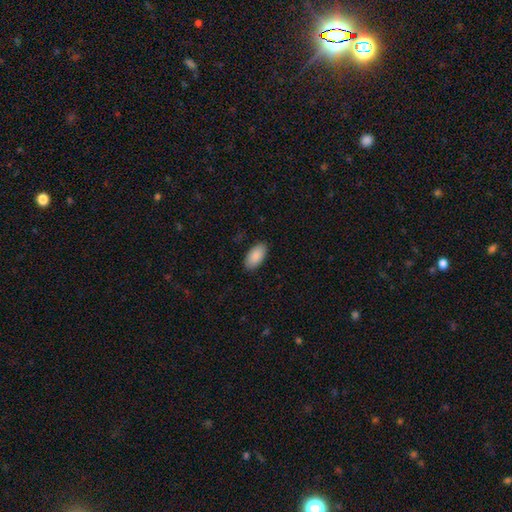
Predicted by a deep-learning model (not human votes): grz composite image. It shows a smooth galaxy with no disk features (89%) that is in between round and cigar-shaped (95%). Merging: none (88%).